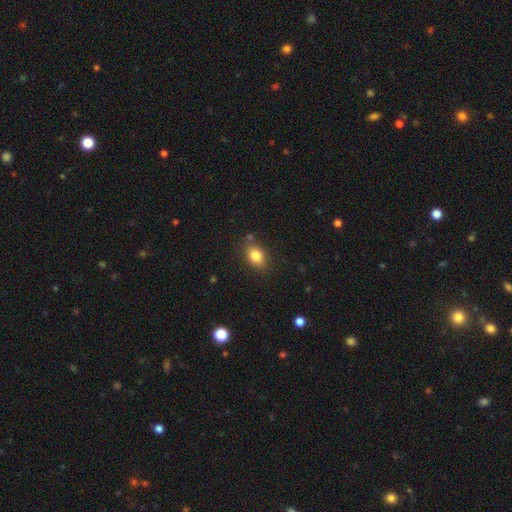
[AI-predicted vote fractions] Smooth or featured? smooth (82%)
How rounded? in between (75%)
Merging? none (80%)